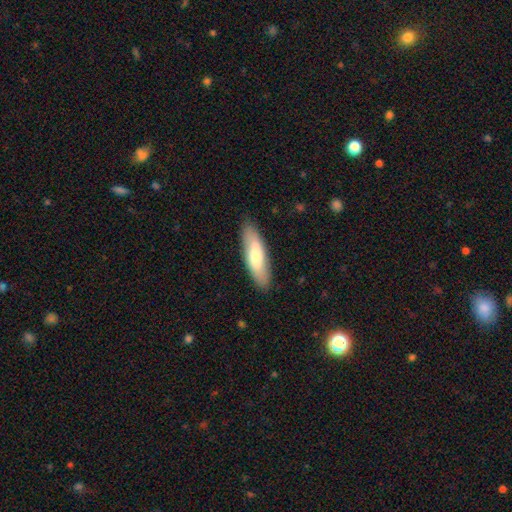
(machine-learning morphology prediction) A smooth galaxy with no disk features (68%) that is cigar-shaped (56%).

Vote fractions:
- Smooth or featured? smooth: 68% / featured or disk: 27% / star or artifact: 5%
- How rounded? cigar-shaped: 56% / in between: 42% / round: 2%
- Merging? none: 87% / minor disturbance: 10% / major disturbance: 2% / merger: 1%